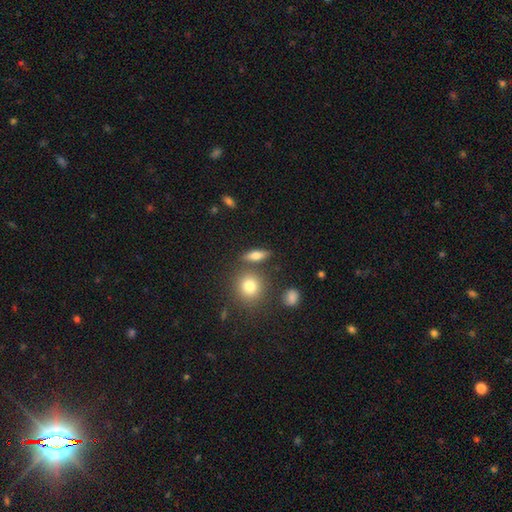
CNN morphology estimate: type=smooth (66%); roundness=in between (50%); merging=none (76%).